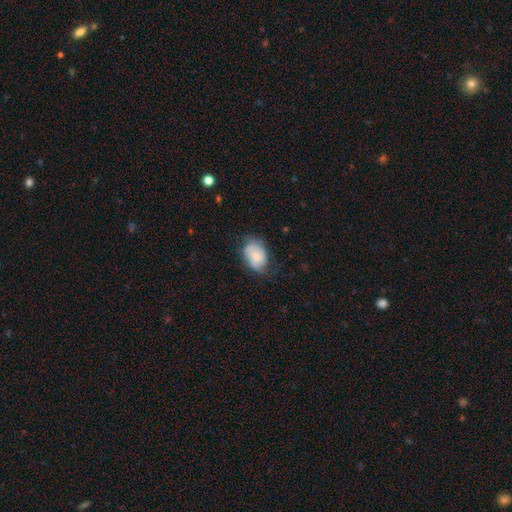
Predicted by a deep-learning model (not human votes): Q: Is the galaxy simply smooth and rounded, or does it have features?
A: smooth — 57%.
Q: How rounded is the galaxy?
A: in between — 78%.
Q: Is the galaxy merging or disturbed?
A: none — 60%.